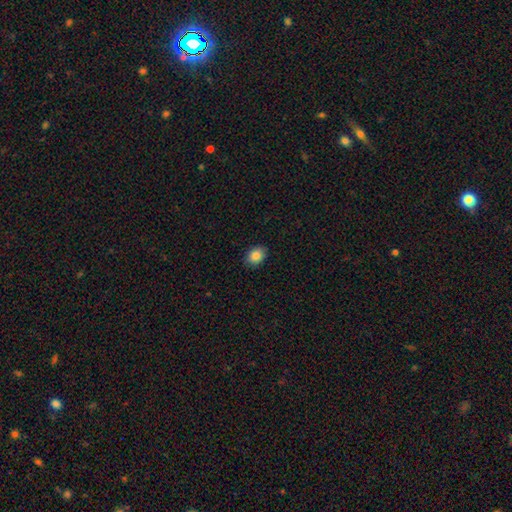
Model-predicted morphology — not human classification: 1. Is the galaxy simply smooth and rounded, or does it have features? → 87% smooth, 8% star or artifact, 5% featured or disk.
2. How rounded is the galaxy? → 61% in between, 38% round, 1% cigar-shaped.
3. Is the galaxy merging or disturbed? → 89% none, 9% minor disturbance, 2% major disturbance, 1% merger.